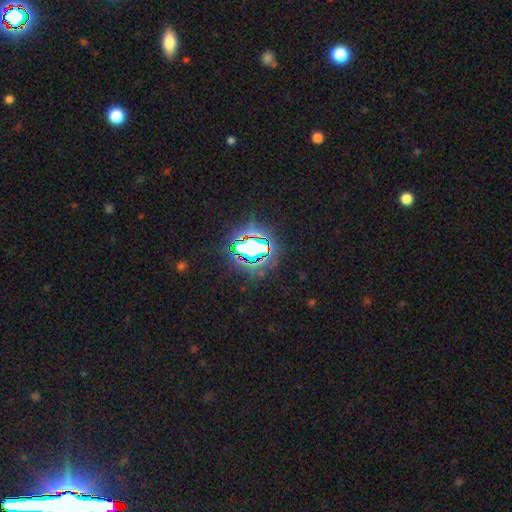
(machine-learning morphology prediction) smooth_or_featured: star or artifact (p=0.84) [alt: smooth p=0.10]